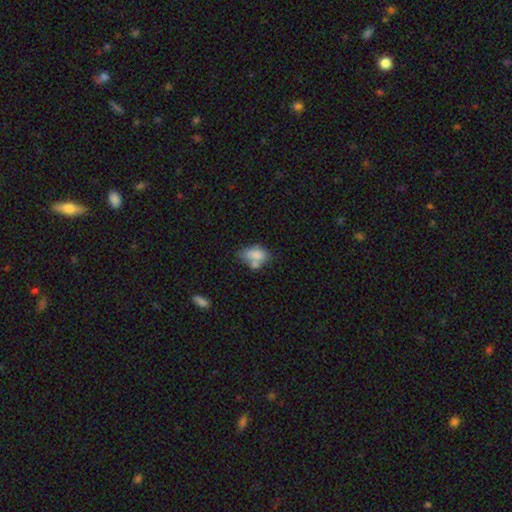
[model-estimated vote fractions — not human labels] Smooth or featured? Predicted: smooth (p=0.75). How rounded? Predicted: in between (p=0.86). Merging? Predicted: none (p=0.37).